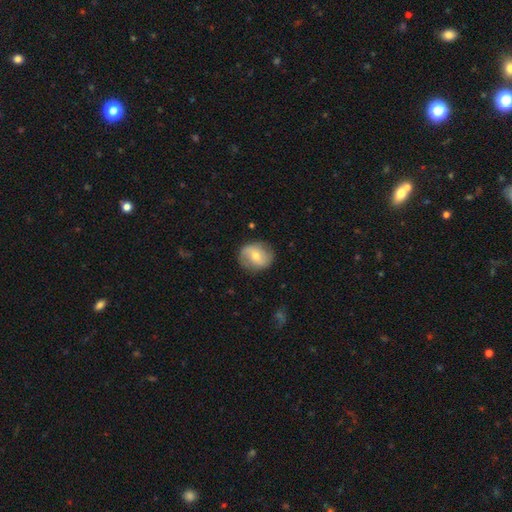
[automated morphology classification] A featured or disk galaxy (47%). Merging: none (80%).